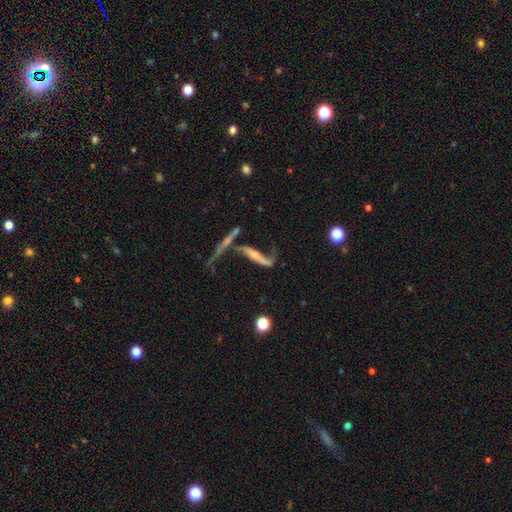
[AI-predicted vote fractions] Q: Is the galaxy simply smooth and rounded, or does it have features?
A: featured or disk — 76%.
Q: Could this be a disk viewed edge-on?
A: no — 69%.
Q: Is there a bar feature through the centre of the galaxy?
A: no — 48%.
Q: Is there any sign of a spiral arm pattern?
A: yes — 81%.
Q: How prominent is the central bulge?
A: small — 53%.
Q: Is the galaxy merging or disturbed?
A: none — 35%.